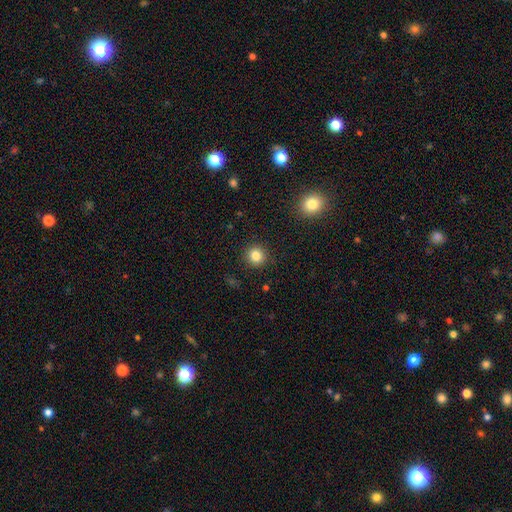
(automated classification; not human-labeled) Smooth or featured? smooth (83%)
How rounded? round (94%)
Merging? none (91%)